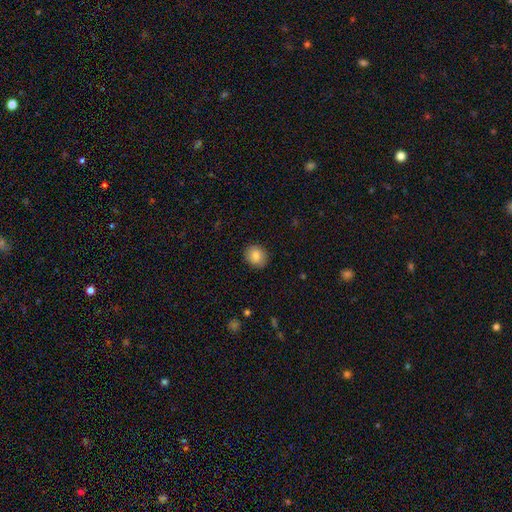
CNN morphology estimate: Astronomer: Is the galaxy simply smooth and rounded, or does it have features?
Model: smooth — 84%.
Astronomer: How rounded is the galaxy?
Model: round — 74%.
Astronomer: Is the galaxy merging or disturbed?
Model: none — 89%.